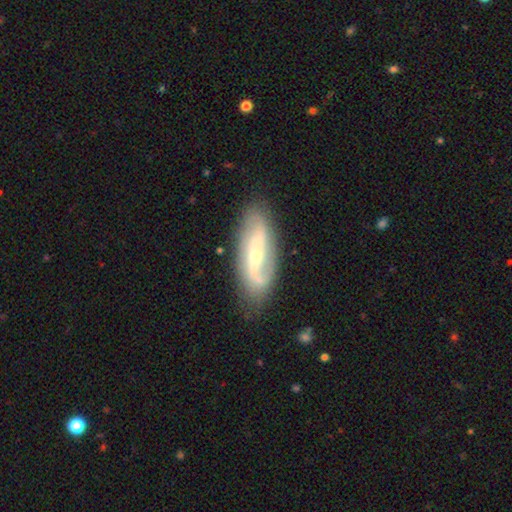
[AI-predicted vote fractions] Morphology: type=featured or disk (77%); edge-on=no (90%); bar=weak (39%); spiral arms=yes (91%); winding=loose (56%); arm count=2 (82%); bulge=small (61%); merging=none (78%).